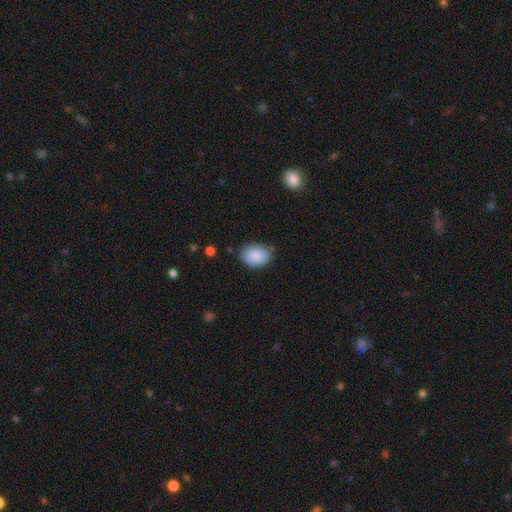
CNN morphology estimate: Q: Smooth or featured?
A: smooth (86%); runner-up: featured or disk (7%)
Q: How rounded?
A: in between (69%); runner-up: round (30%)
Q: Merging?
A: none (75%); runner-up: minor disturbance (20%)